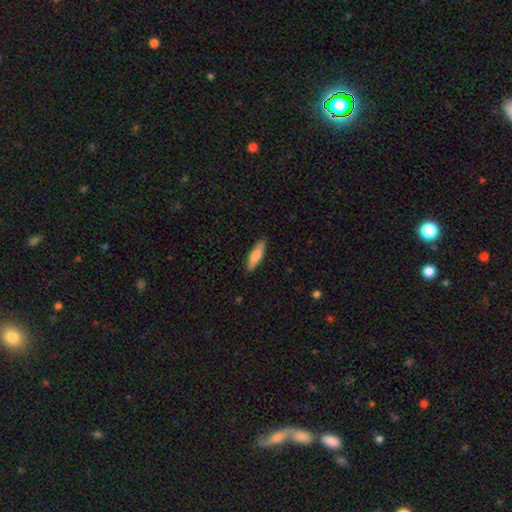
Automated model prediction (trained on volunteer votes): This appears to be a smooth galaxy with no disk features (81%) that is cigar-shaped (61%). Merging: none (87%).